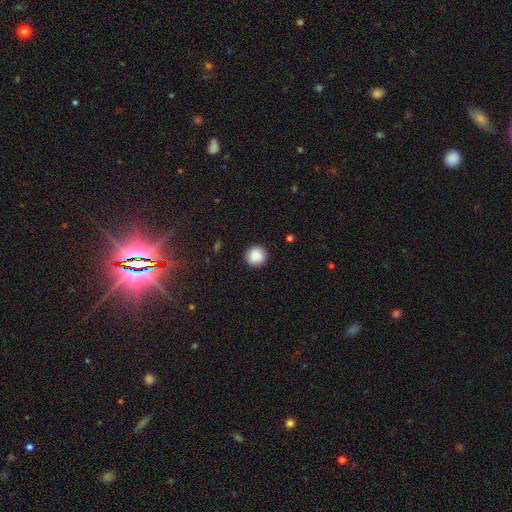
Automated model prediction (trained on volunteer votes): Smooth or featured? Predicted: smooth (p=0.88). How rounded? Predicted: round (p=0.92). Merging? Predicted: none (p=0.91).